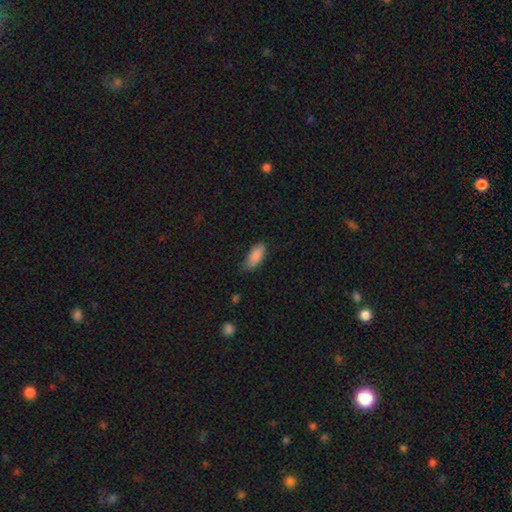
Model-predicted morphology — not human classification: Smooth or featured? Predicted: smooth (p=0.87). How rounded? Predicted: in between (p=0.84). Merging? Predicted: none (p=0.66).